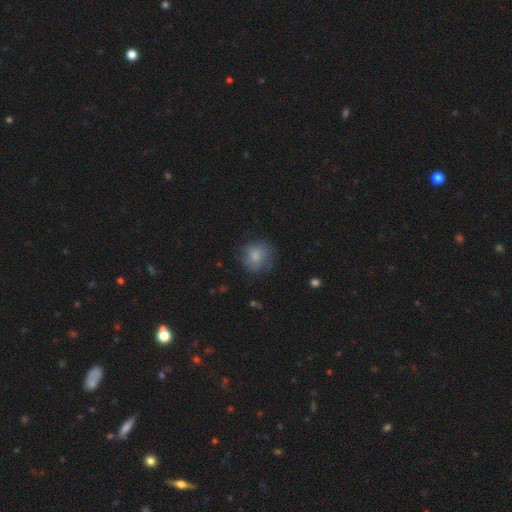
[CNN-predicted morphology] Smooth or featured? Predicted: smooth (p=0.78). How rounded? Predicted: round (p=0.82). Merging? Predicted: none (p=0.69).